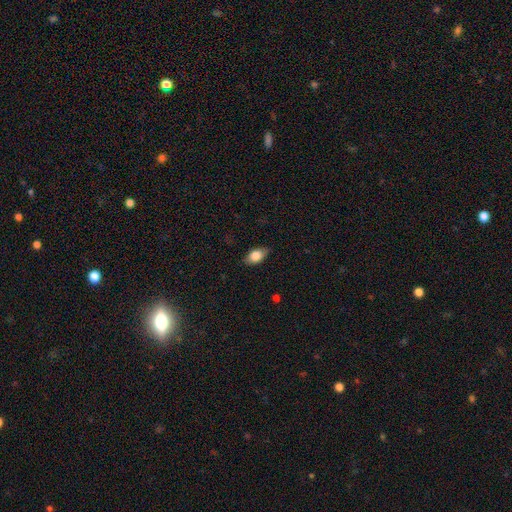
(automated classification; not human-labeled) Smooth or featured? smooth (79%)
How rounded? in between (88%)
Merging? none (82%)